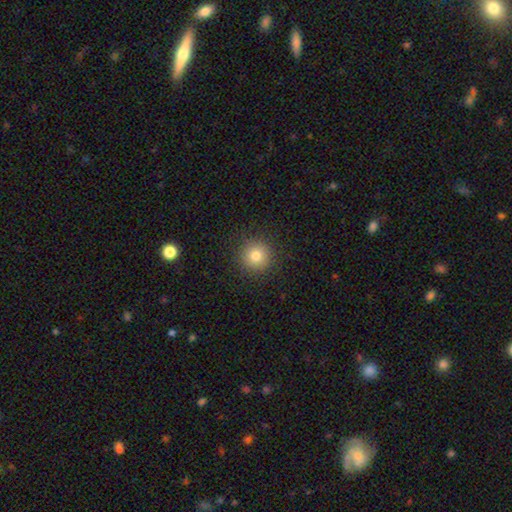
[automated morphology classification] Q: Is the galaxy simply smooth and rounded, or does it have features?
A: smooth — 80%.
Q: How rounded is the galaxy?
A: round — 94%.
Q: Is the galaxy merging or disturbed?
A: none — 91%.